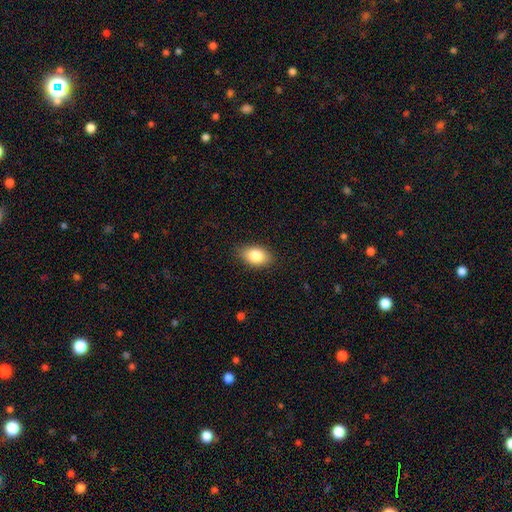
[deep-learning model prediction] Overall: smooth (84%). How rounded: in between (87%). Merging: none (85%).